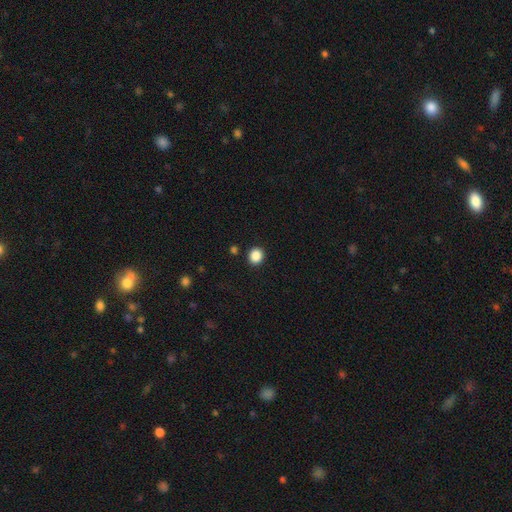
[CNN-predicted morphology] Smooth or featured?
  - smooth: 88% *
  - star or artifact: 10%
  - featured or disk: 3%
How rounded?
  - round: 79% *
  - in between: 21%
  - cigar-shaped: 1%
Merging?
  - none: 91% *
  - minor disturbance: 5%
  - major disturbance: 2%
  - merger: 2%